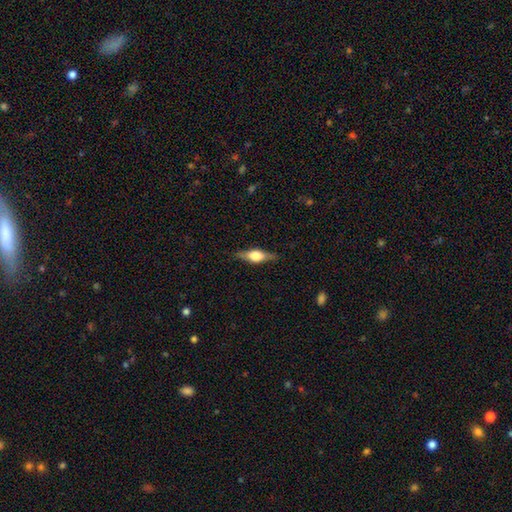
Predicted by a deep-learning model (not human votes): A featured or disk galaxy (56%) viewed edge-on (94%) with a rounded central bulge (89%). Merging: none (84%).